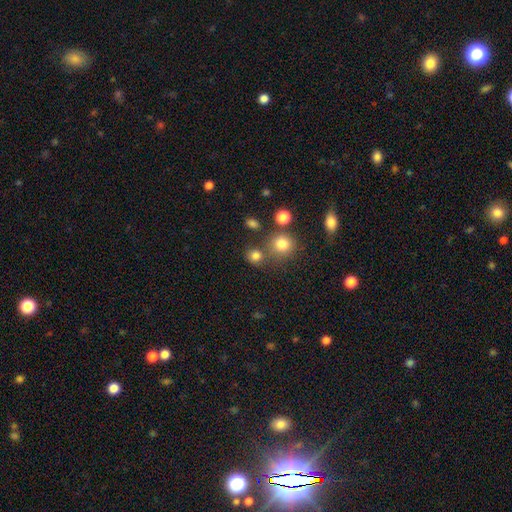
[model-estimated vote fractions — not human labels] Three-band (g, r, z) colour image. It shows a smooth galaxy with no disk features (77%) that is round (79%). Merging: none (67%).